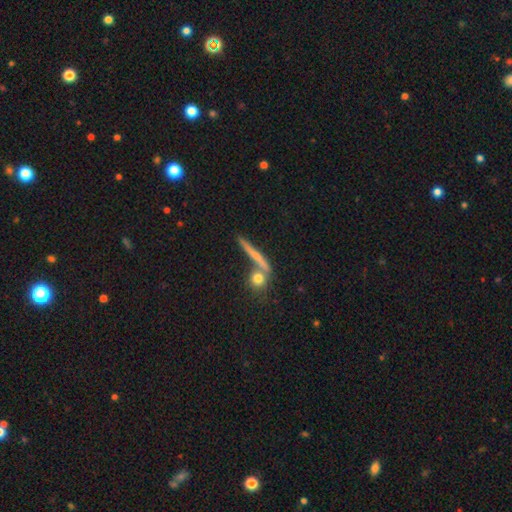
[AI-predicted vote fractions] This is possibly a smooth galaxy (47%). Merging: likely none (68%).